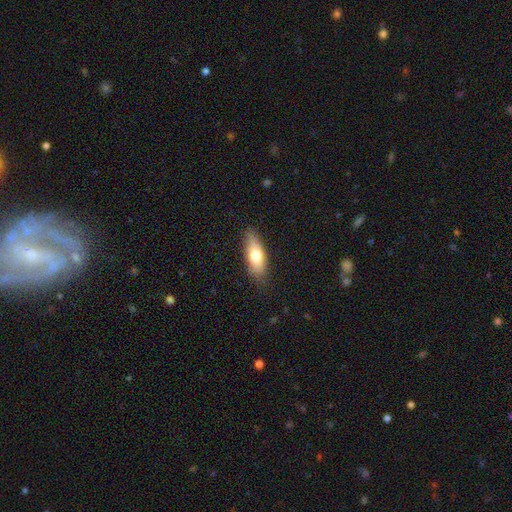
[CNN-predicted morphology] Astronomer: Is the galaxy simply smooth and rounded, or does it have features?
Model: smooth — 71%.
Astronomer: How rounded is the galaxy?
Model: in between — 66%.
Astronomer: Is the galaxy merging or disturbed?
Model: none — 80%.